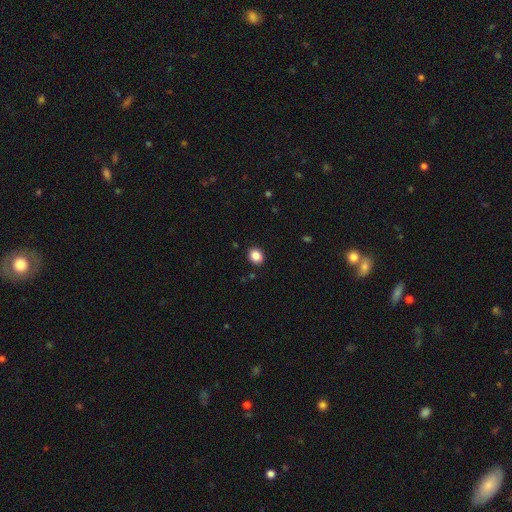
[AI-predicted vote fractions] A smooth galaxy with no disk features (86%) that is round (60%). Merging: none (90%).